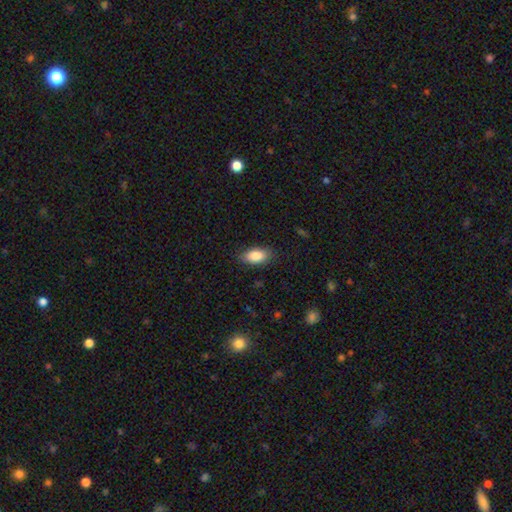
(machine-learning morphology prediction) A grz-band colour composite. It shows a smooth galaxy with no disk features (86%) that is in between round and cigar-shaped (91%). Merging: none (85%).